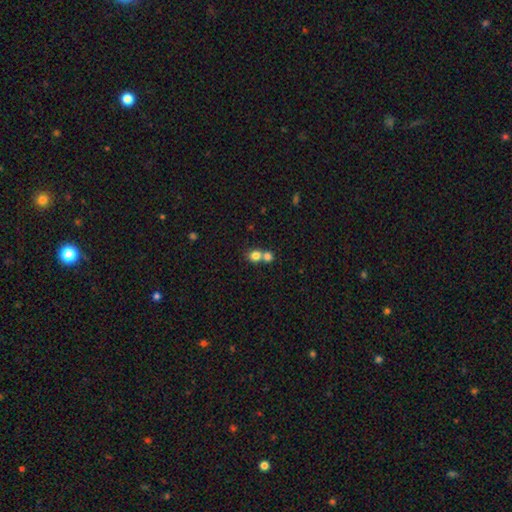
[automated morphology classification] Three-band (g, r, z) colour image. It shows a smooth galaxy with no disk features (80%) that is round (78%). Merging: merger (57%).